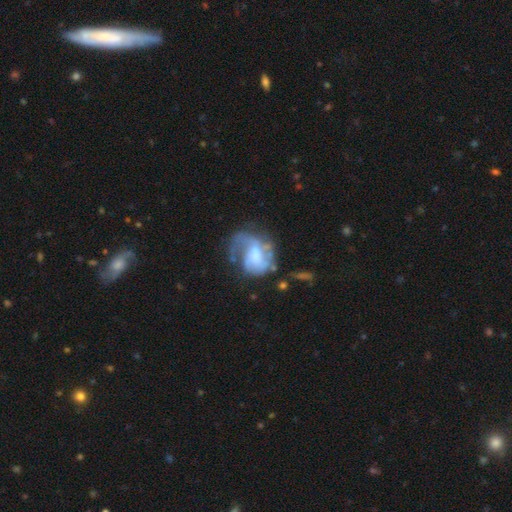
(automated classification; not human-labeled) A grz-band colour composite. It shows a featured or disk galaxy (68%) with no bar (52%), spiral arms (75%) and a moderate central bulge (31%). Merging: major disturbance (41%).